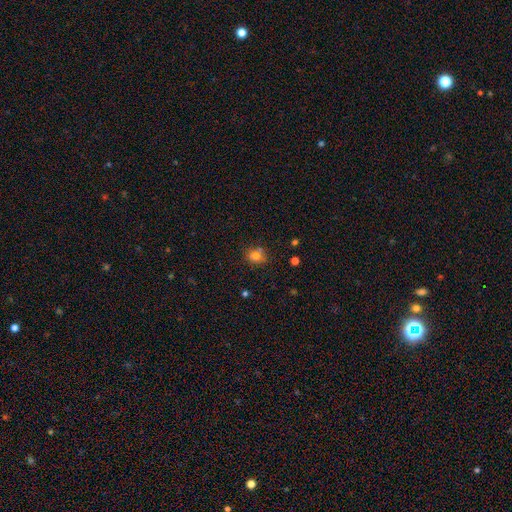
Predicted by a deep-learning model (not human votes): smooth 78%, star or artifact 13%, featured or disk 8%. Down the decision tree: how rounded — round (71%); merging — none (72%).